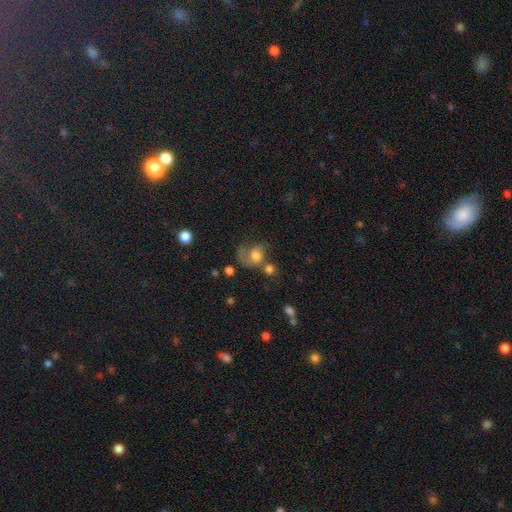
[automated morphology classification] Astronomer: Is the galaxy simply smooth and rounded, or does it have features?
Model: featured or disk — 48% (runner-up: smooth, 42%).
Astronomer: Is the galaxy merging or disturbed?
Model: major disturbance — 32% (runner-up: none, 26%).